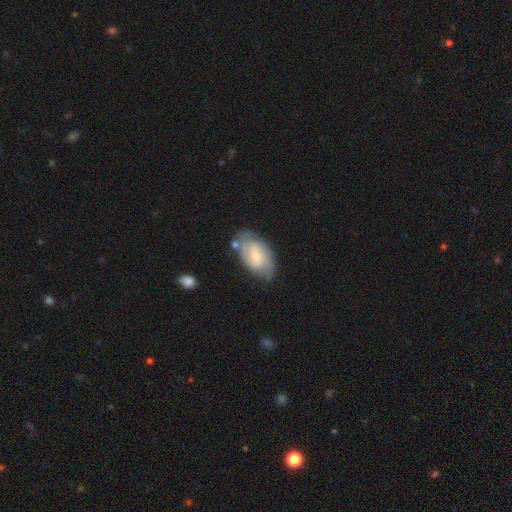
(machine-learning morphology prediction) type=featured or disk (74%); edge-on=no (96%); bar=weak (49%); spiral arms=yes (92%); winding=medium (45%); arm count=2 (71%); bulge=small (67%); merging=none (68%).